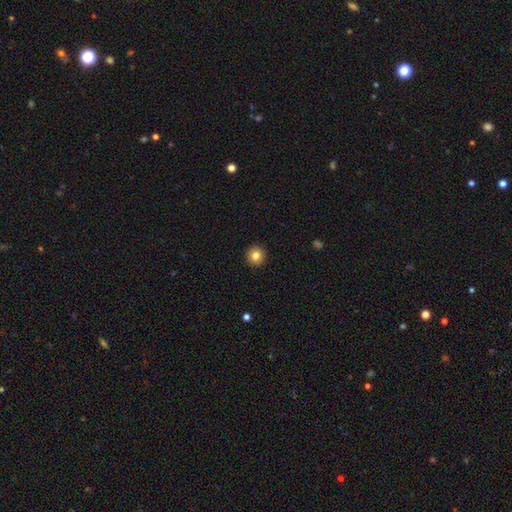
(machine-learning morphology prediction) smooth_or_featured: smooth (p=0.83) [alt: star or artifact p=0.10]
how_rounded: round (p=0.95) [alt: in between p=0.04]
merging: none (p=0.93) [alt: minor disturbance p=0.04]